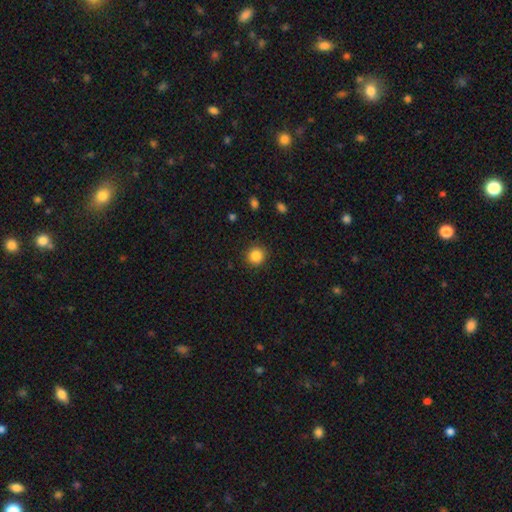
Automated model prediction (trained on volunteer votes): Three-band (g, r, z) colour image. It shows a smooth galaxy with no disk features (86%) that is round (92%). Merging: none (90%).